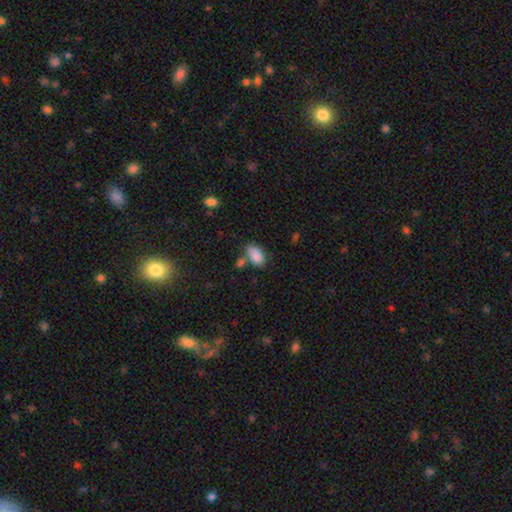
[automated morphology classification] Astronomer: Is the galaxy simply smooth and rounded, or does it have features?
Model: smooth — 86%.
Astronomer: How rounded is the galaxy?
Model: in between — 92%.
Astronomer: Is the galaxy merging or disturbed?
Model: none — 54%.